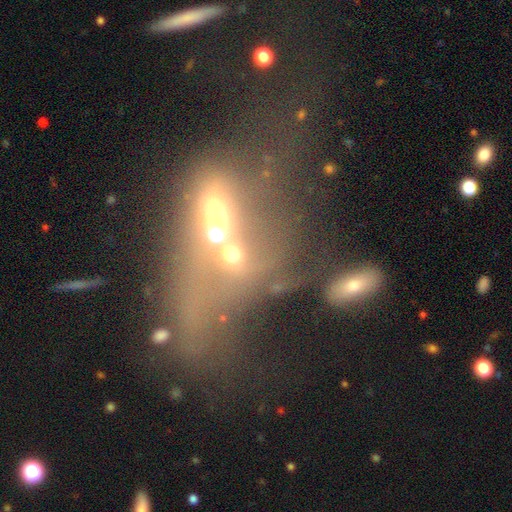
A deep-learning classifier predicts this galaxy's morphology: Smooth or featured?
  - featured or disk: 46% *
  - smooth: 34%
  - star or artifact: 20%
Merging?
  - merger: 67% *
  - major disturbance: 19%
  - none: 9%
  - minor disturbance: 5%